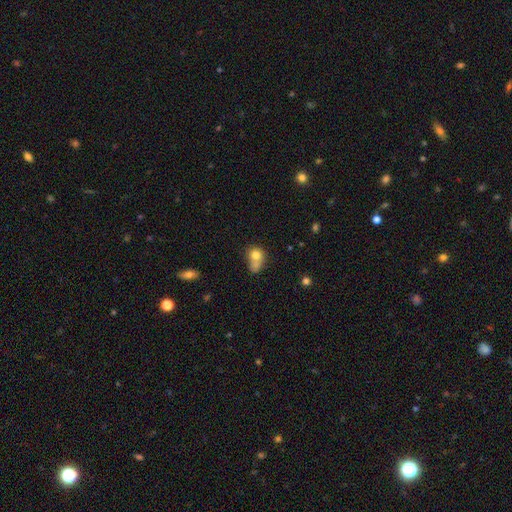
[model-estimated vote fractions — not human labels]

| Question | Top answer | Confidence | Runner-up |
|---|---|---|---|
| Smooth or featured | smooth | 75% | featured or disk (15%) |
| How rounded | round | 63% | in between (36%) |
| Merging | merger | 48% | none (29%) |